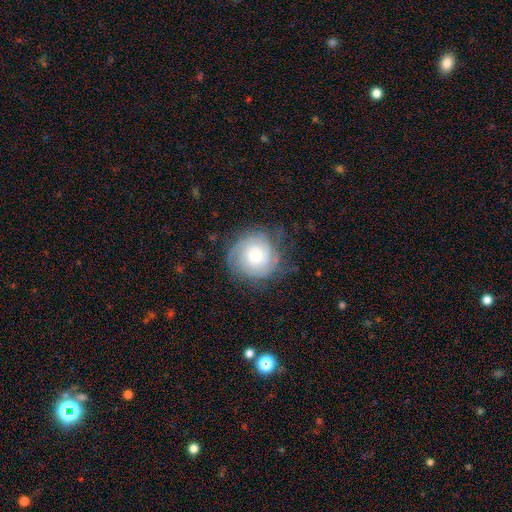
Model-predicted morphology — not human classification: Overall: featured or disk (70%). Edge-on disk: no (98%). Bar: no (78%). Spiral arms: yes (91%). Spiral arm count: can't tell (40%; 2 26%). Spiral winding: tight (71%). Bulge size: moderate (63%). Merging: none (69%).